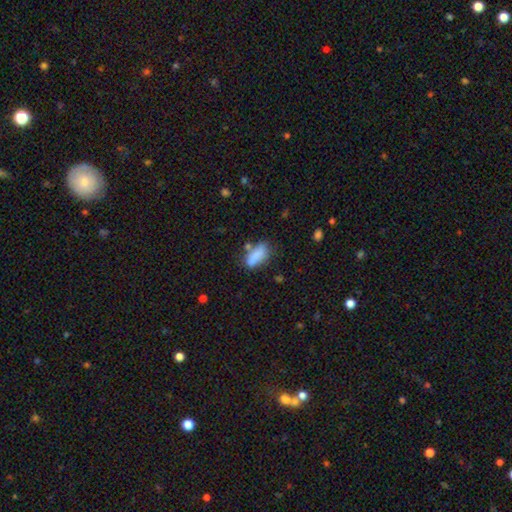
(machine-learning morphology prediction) smooth_or_featured: smooth (p=0.82) [alt: featured or disk p=0.09]
how_rounded: in between (p=0.74) [alt: cigar-shaped p=0.23]
merging: none (p=0.57) [alt: minor disturbance p=0.23]